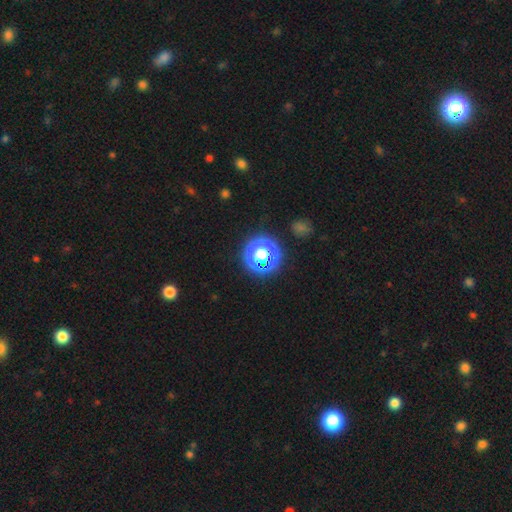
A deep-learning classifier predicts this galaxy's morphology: This is likely a star or artifact rather than a galaxy (72%).